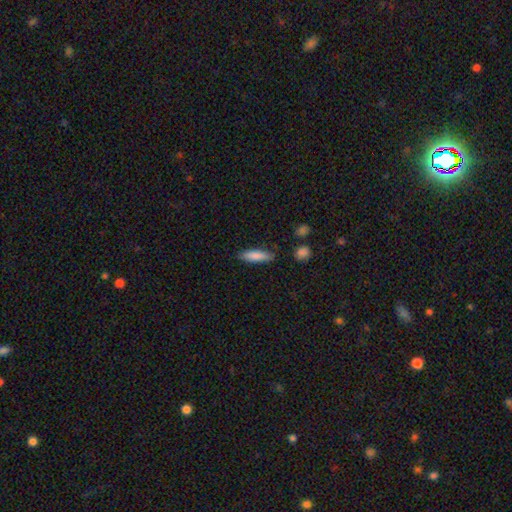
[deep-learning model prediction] This appears to be a smooth galaxy with no disk features (84%) that is cigar-shaped (60%). Merging: none (82%).